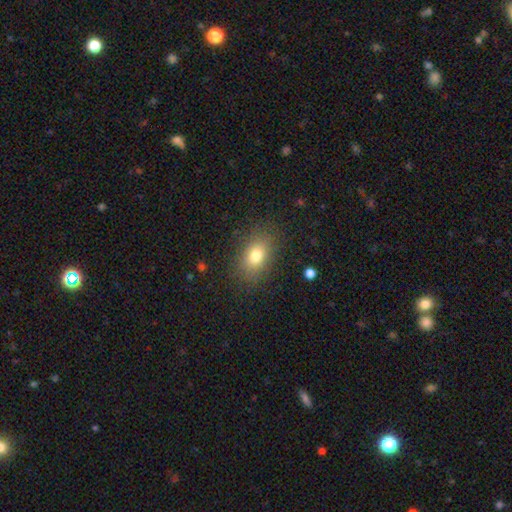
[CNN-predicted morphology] Overall: smooth (77%). How rounded: in between (79%). Merging: none (84%).